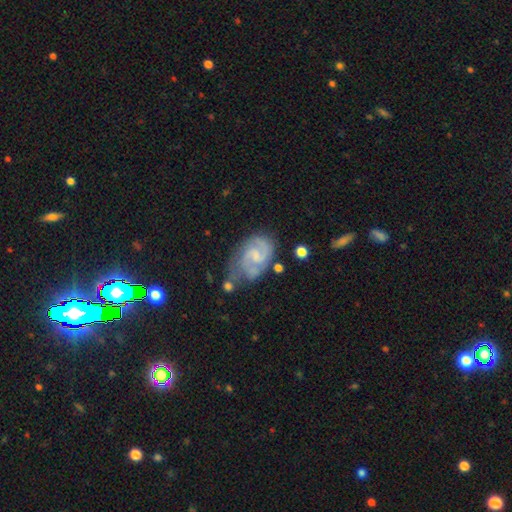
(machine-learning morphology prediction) A featured or disk galaxy (82%) with a weak bar (52%), 2 (78%) medium (50%) spiral arms (95%) and a small central bulge (52%).

Vote fractions:
- Smooth or featured? featured or disk: 82% / smooth: 13% / star or artifact: 6%
- Edge-on disk? no: 98% / yes: 2%
- Bar? weak: 52% / no: 39% / strong: 9%
- Spiral arms? yes: 95% / no: 5%
- Spiral winding? medium: 50% / tight: 36% / loose: 14%
- Spiral arm count? 2: 78% / can't tell: 9% / 3: 7% / 1: 3% / 4: 2% / more than 4: 2%
- Bulge size? small: 52% / none: 24% / moderate: 22% / large: 2% / dominant: 1%
- Merging? none: 56% / minor disturbance: 25% / major disturbance: 11% / merger: 7%